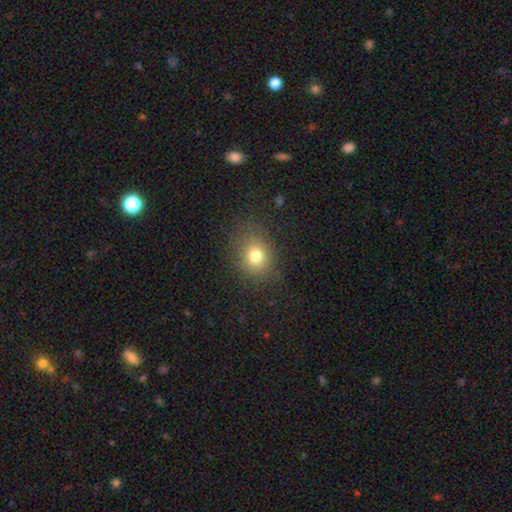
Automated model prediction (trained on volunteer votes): Smooth or featured? smooth (76%)
How rounded? round (57%)
Merging? none (81%)